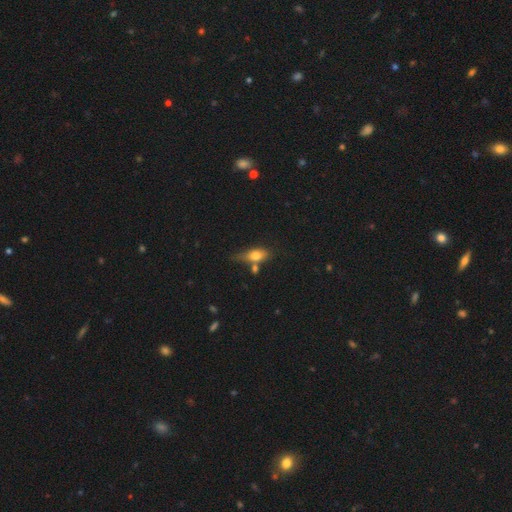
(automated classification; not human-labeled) smooth 72%, featured or disk 20%, star or artifact 8%. Down the decision tree: how rounded — in between (76%); merging — none (47%).